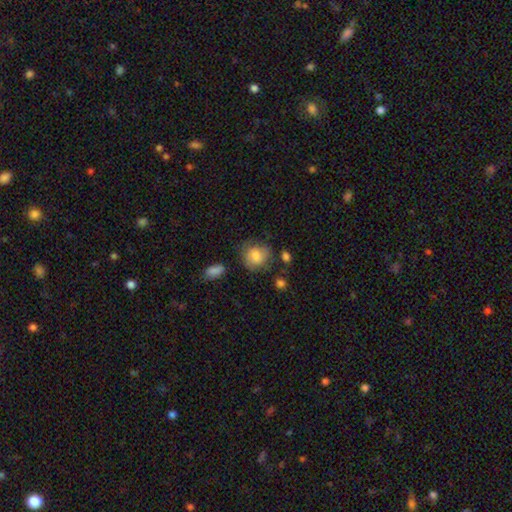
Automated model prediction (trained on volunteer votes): Morphology: type=smooth (75%); roundness=round (73%); merging=none (65%).